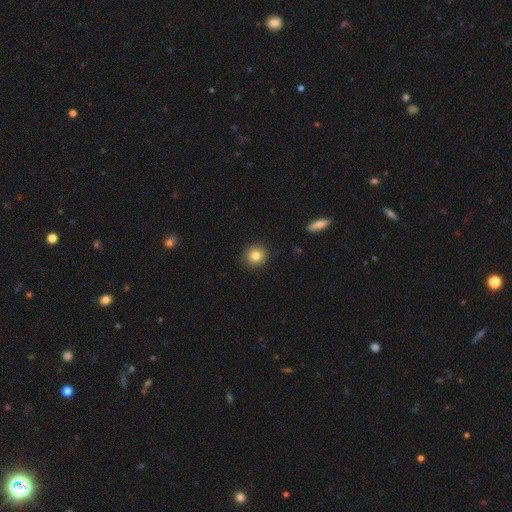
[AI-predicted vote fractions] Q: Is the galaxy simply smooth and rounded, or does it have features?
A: smooth — 82%.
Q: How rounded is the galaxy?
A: round — 89%.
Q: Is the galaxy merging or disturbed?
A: none — 90%.